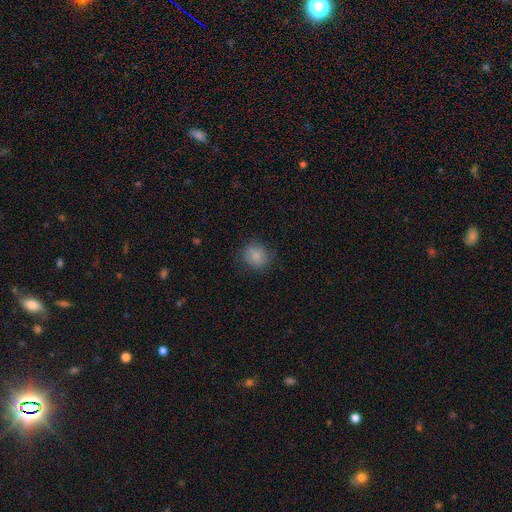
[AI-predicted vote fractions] Smooth or featured: smooth — 84% (star or artifact — 9%)
How rounded: round — 77% (in between — 22%)
Merging: none — 74% (minor disturbance — 18%)